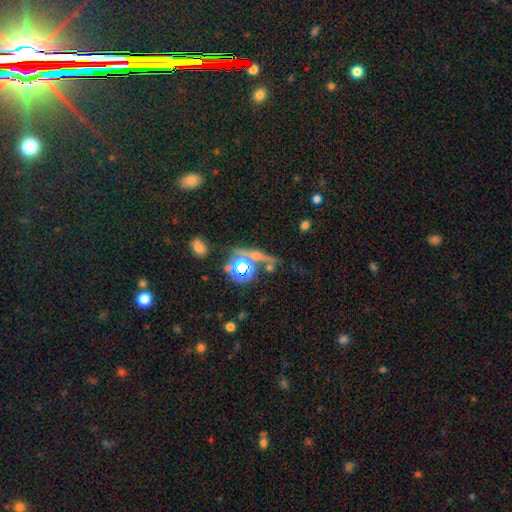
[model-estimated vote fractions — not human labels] Overall: star or artifact (50%; smooth 27%).